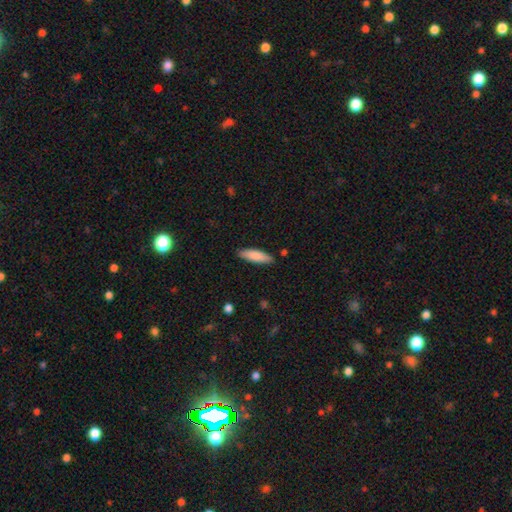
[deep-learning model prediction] A smooth galaxy with no disk features (85%) that is cigar-shaped (58%). Merging: none (85%).